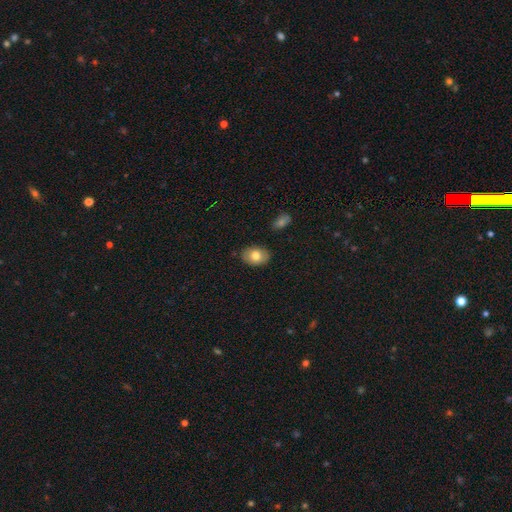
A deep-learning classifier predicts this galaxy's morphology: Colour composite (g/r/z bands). It shows a smooth galaxy with no disk features (79%) that is in between round and cigar-shaped (83%). Merging: none (85%).